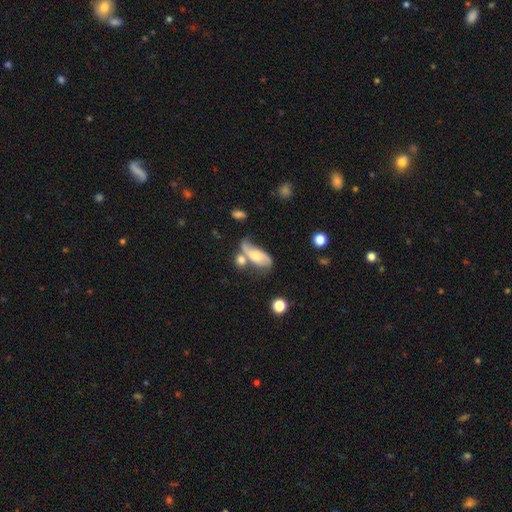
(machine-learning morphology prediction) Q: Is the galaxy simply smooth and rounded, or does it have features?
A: featured or disk — 56%.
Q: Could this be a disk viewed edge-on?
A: no — 89%.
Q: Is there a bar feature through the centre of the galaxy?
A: no — 65%.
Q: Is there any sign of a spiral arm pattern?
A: yes — 81%.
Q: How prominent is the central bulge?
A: moderate — 47%.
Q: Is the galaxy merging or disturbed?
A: none — 32%.